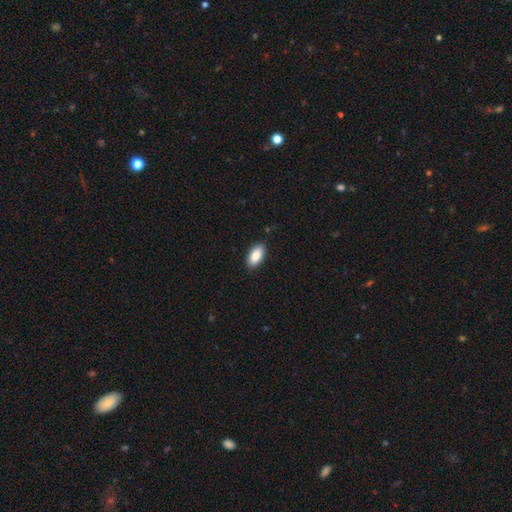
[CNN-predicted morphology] smooth-or-featured: smooth: 87% | star or artifact: 6% | featured or disk: 6%
  how-rounded: in between: 93% | cigar-shaped: 5% | round: 2%
  merging: none: 88% | minor disturbance: 9% | major disturbance: 2% | merger: 1%